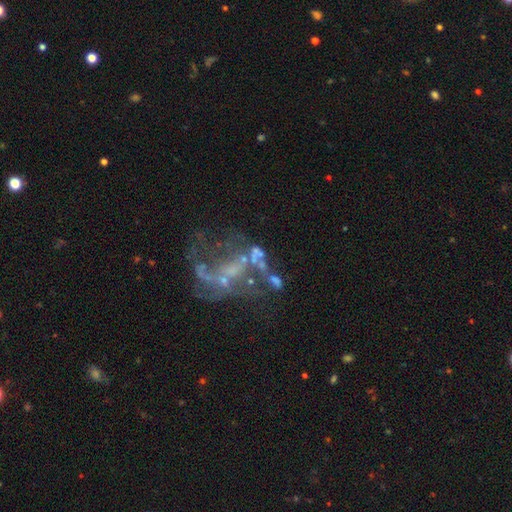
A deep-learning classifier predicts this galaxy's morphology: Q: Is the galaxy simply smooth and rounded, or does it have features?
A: featured or disk — 70%.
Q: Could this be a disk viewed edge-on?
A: no — 97%.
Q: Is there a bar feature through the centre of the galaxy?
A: no — 74%.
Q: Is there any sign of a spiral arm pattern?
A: no — 72%.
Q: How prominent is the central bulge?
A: none — 58%.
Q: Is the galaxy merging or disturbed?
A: major disturbance — 37%.